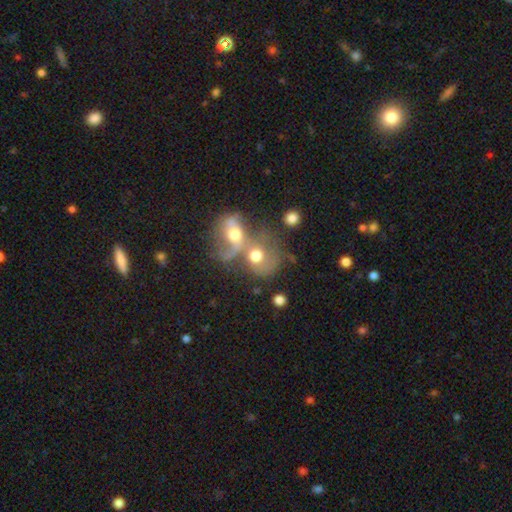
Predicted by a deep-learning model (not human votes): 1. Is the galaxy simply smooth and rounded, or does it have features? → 50% smooth, 39% featured or disk, 11% star or artifact.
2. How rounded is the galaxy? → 60% round, 39% in between, 1% cigar-shaped.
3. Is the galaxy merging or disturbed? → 74% merger, 12% none, 9% major disturbance, 6% minor disturbance.